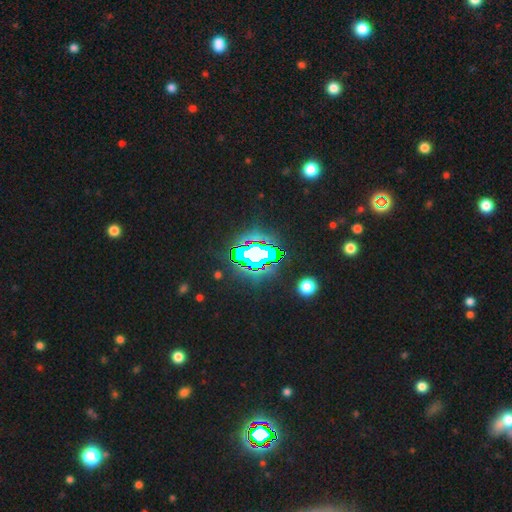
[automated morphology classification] A star or artifact, not a galaxy (72%).

Vote fractions:
- Smooth or featured? star or artifact: 72% / smooth: 15% / featured or disk: 13%